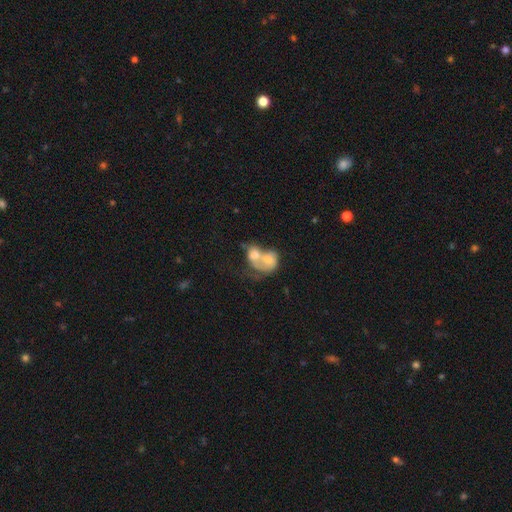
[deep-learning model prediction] smooth_or_featured: smooth (p=0.49) [alt: featured or disk p=0.41]
merging: merger (p=0.78) [alt: none p=0.09]